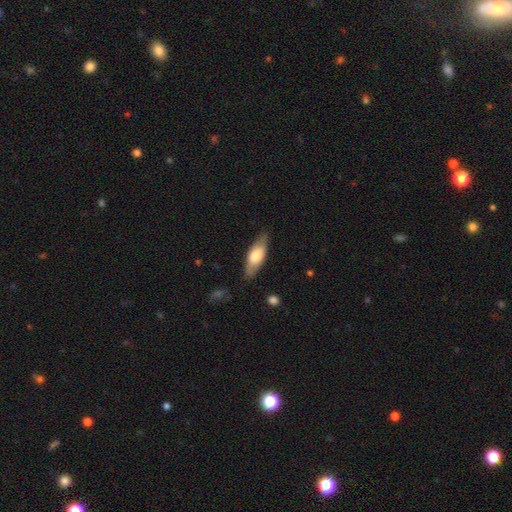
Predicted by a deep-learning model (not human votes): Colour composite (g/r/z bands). It shows a smooth galaxy with no disk features (60%) that is in between round and cigar-shaped (62%). Merging: none (82%).